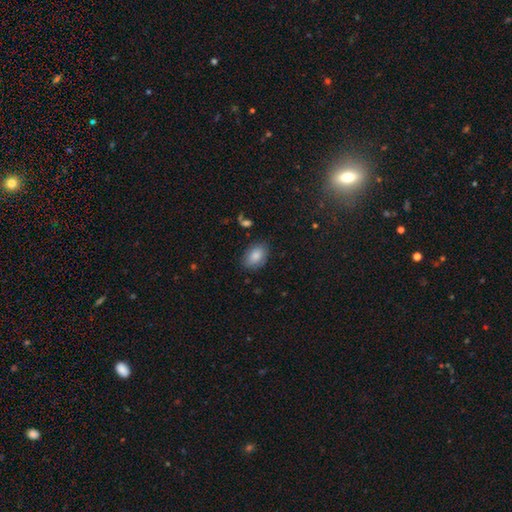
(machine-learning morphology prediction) smooth_or_featured: smooth (p=0.83) [alt: featured or disk p=0.10]
how_rounded: in between (p=0.86) [alt: round p=0.13]
merging: none (p=0.79) [alt: minor disturbance p=0.16]